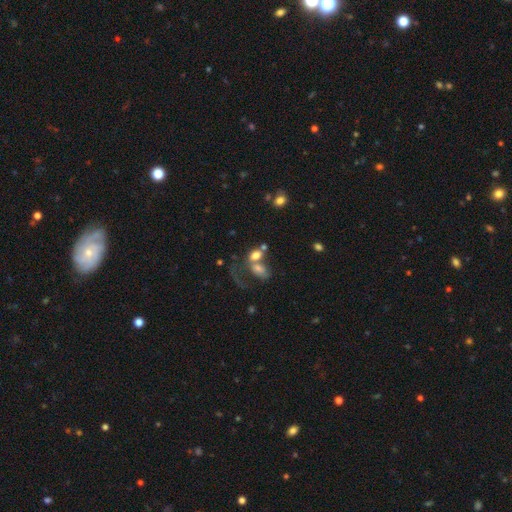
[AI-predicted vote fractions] A smooth galaxy with no disk features (66%) that is in between round and cigar-shaped (76%).

Vote fractions:
- Smooth or featured? smooth: 66% / featured or disk: 22% / star or artifact: 12%
- How rounded? in between: 76% / round: 21% / cigar-shaped: 3%
- Merging? merger: 59% / none: 19% / major disturbance: 14% / minor disturbance: 8%